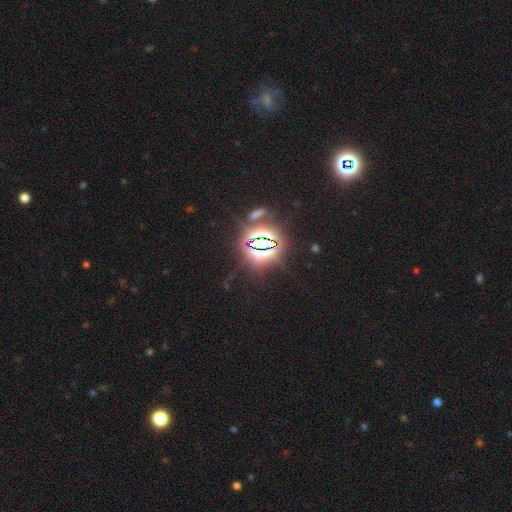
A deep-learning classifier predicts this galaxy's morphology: Smooth or featured: star or artifact — 85% (smooth — 8%)